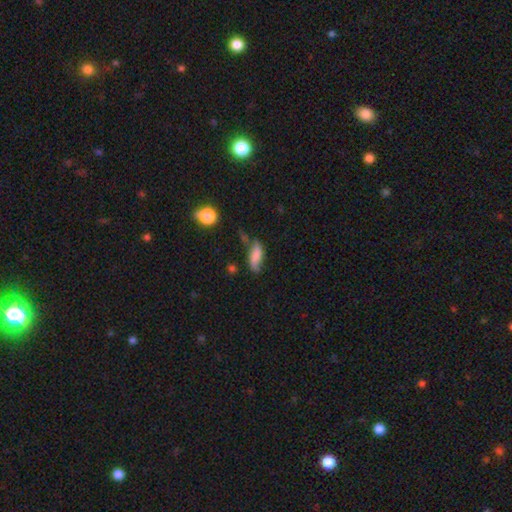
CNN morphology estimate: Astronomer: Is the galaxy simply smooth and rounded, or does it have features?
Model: smooth — 69%.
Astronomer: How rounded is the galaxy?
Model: in between — 70%.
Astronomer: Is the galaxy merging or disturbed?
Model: none — 51% (runner-up: minor disturbance, 30%).